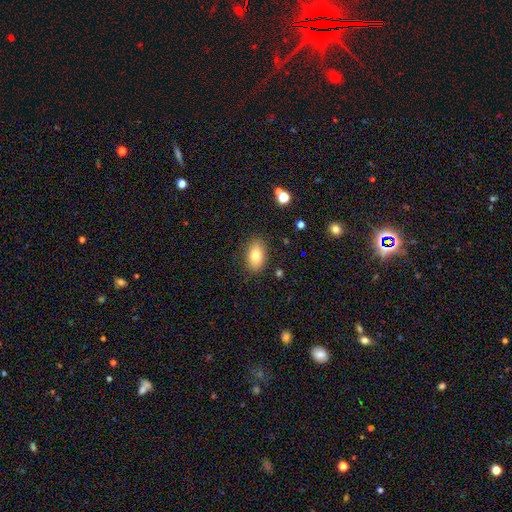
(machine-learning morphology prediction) A smooth galaxy with no disk features (78%) that is in between round and cigar-shaped (90%).

Vote fractions:
- Smooth or featured? smooth: 78% / featured or disk: 13% / star or artifact: 9%
- How rounded? in between: 90% / round: 7% / cigar-shaped: 2%
- Merging? none: 86% / minor disturbance: 10% / major disturbance: 3% / merger: 1%